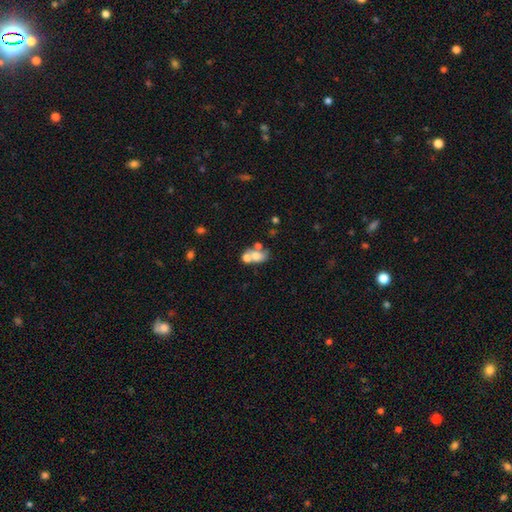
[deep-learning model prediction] smooth 63%, featured or disk 26%, star or artifact 11%. Down the decision tree: how rounded — in between (72%); merging — merger (54%).